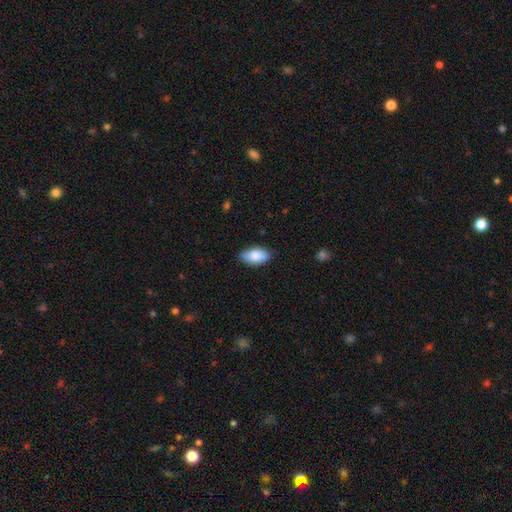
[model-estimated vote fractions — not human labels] smooth 85%, featured or disk 9%, star or artifact 6%. Down the decision tree: how rounded — in between (93%); merging — none (85%).